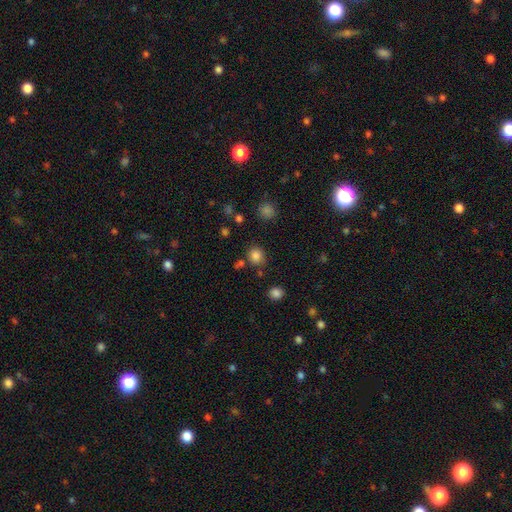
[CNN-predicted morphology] Smooth or featured?
  - smooth: 83% *
  - star or artifact: 13%
  - featured or disk: 5%
How rounded?
  - round: 77% *
  - in between: 22%
  - cigar-shaped: 1%
Merging?
  - none: 78% *
  - minor disturbance: 11%
  - merger: 7%
  - major disturbance: 4%